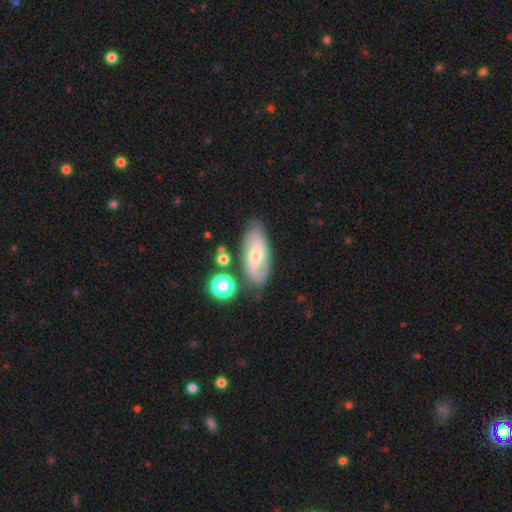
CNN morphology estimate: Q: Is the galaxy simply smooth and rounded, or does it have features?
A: featured or disk — 60%.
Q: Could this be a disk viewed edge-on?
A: no — 88%.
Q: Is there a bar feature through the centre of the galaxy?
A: no — 45%.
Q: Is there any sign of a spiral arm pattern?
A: yes — 80%.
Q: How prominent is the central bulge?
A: moderate — 50%.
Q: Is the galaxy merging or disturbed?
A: none — 73%.